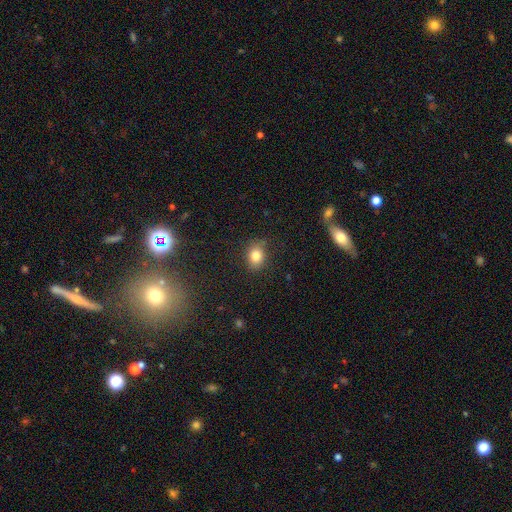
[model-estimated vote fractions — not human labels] Smooth or featured? Predicted: smooth (p=0.81). How rounded? Predicted: in between (p=0.58). Merging? Predicted: none (p=0.80).